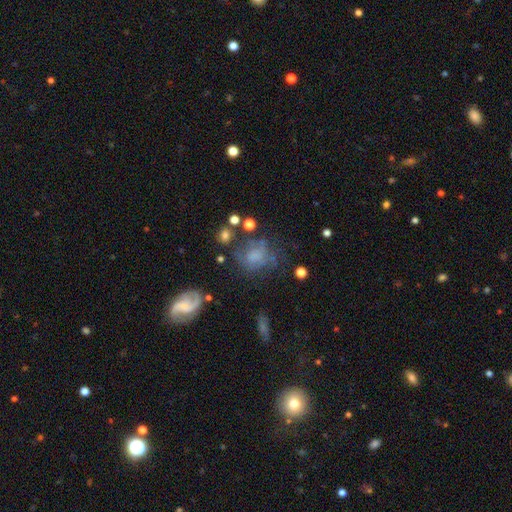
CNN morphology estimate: smooth-or-featured: smooth: 47% | featured or disk: 36% | star or artifact: 16%
  merging: none: 48% | major disturbance: 24% | minor disturbance: 22% | merger: 7%